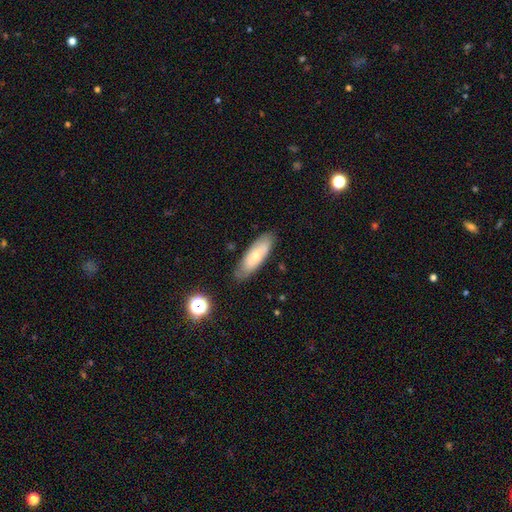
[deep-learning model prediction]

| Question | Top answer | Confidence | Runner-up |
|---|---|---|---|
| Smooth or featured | smooth | 60% | featured or disk (33%) |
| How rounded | in between | 59% | cigar-shaped (39%) |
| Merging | none | 78% | minor disturbance (17%) |